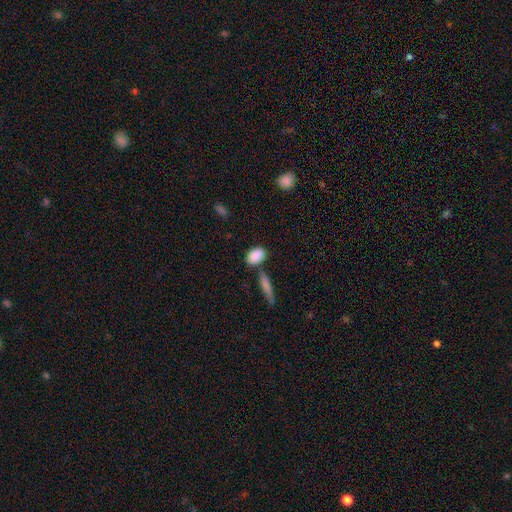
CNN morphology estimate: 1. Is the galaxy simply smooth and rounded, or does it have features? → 88% smooth, 6% star or artifact, 6% featured or disk.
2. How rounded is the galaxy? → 86% in between, 10% round, 4% cigar-shaped.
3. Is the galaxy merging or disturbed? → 66% none, 17% merger, 13% minor disturbance, 4% major disturbance.